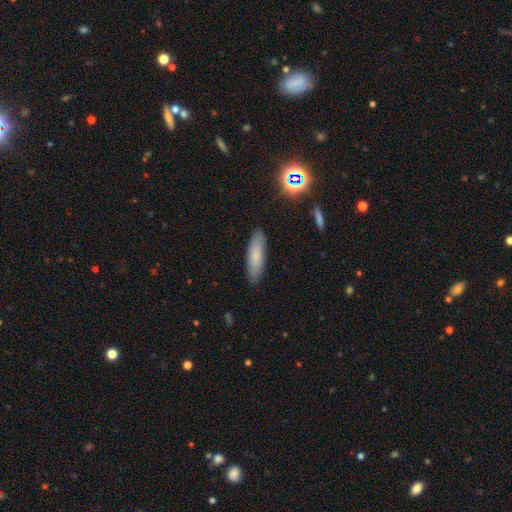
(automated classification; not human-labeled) The model was most divided on "how rounded": cigar-shaped: 58%, in between: 40%, round: 2%. More confident: merging — none (87%); smooth or featured — smooth (75%).